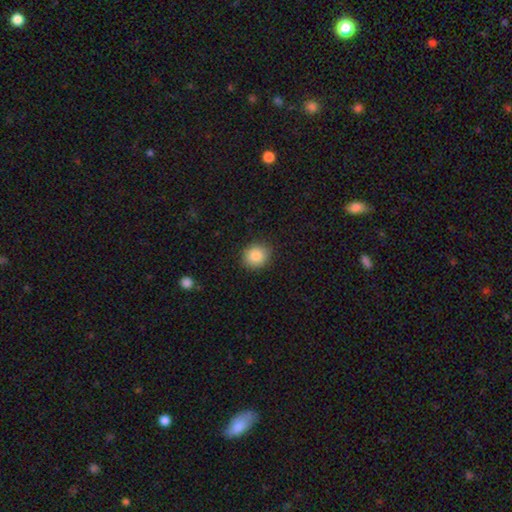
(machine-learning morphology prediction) A smooth galaxy with no disk features (86%) that is round (78%). Merging: none (89%).